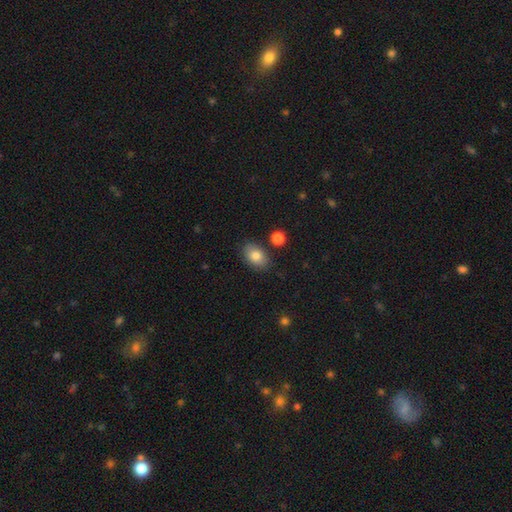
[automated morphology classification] A smooth galaxy with no disk features (81%) that is in between round and cigar-shaped (85%).

Vote fractions:
- Smooth or featured? smooth: 81% / featured or disk: 11% / star or artifact: 8%
- How rounded? in between: 85% / round: 14% / cigar-shaped: 1%
- Merging? none: 83% / minor disturbance: 11% / merger: 4% / major disturbance: 3%